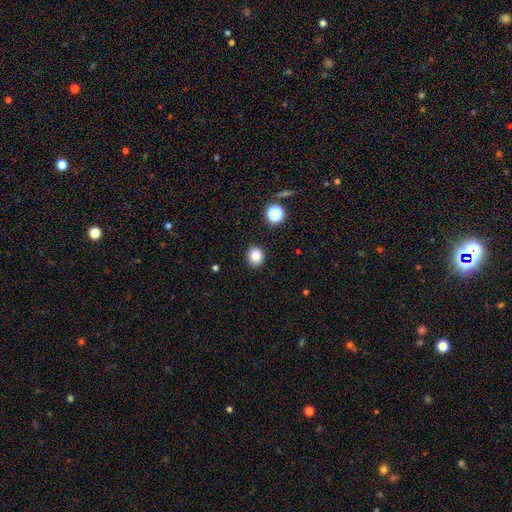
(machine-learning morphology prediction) This appears to be a smooth galaxy with no disk features (83%) that is round (79%). Merging: none (90%).